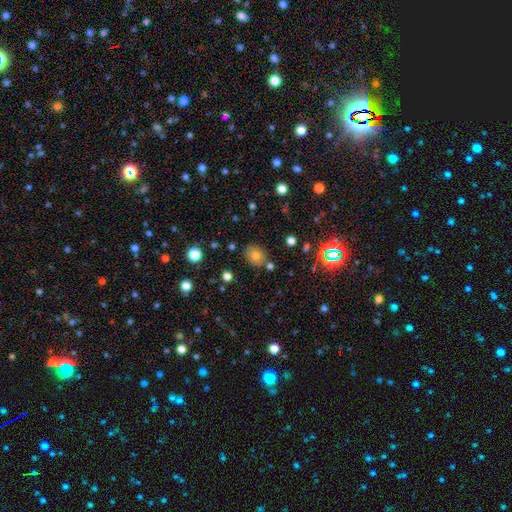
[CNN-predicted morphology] Q: Smooth or featured?
A: smooth (73%); runner-up: star or artifact (15%)
Q: How rounded?
A: round (50%); runner-up: in between (49%)
Q: Merging?
A: none (79%); runner-up: minor disturbance (11%)